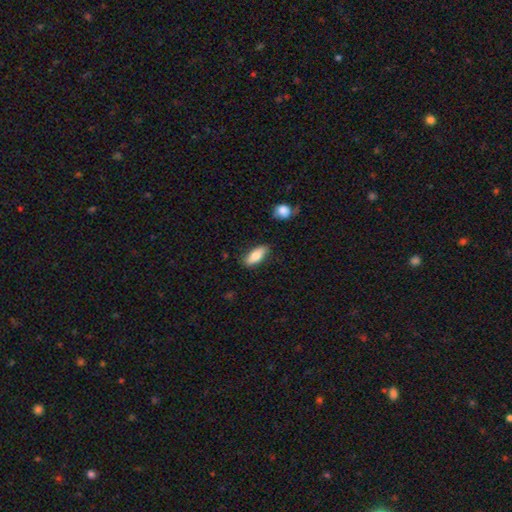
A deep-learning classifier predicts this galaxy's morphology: smooth 78%, featured or disk 16%, star or artifact 6%. Down the decision tree: how rounded — in between (81%); merging — none (82%).